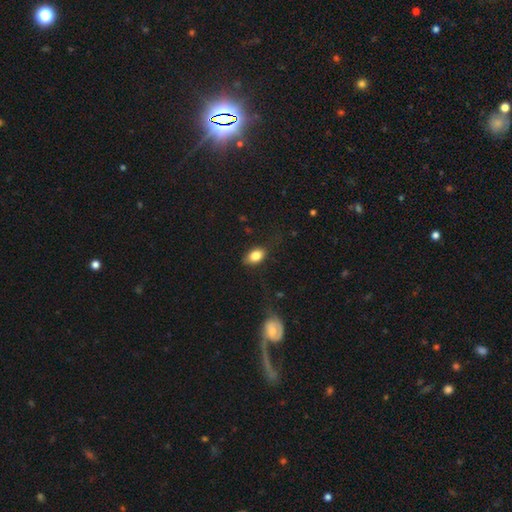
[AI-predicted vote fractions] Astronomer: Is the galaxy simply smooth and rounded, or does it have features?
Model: smooth — 81%.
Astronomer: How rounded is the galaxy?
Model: in between — 84%.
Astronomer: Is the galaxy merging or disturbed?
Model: none — 74%.